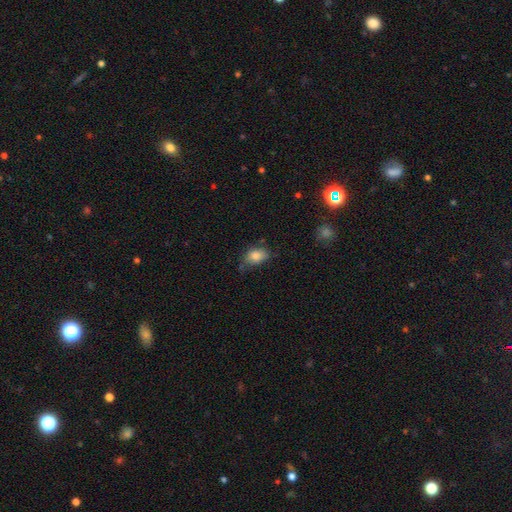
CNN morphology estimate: Q: Smooth or featured?
A: smooth (82%); runner-up: featured or disk (9%)
Q: How rounded?
A: in between (80%); runner-up: round (18%)
Q: Merging?
A: none (53%); runner-up: minor disturbance (33%)